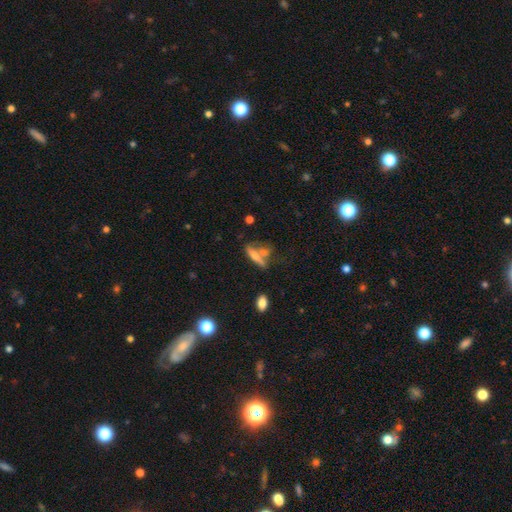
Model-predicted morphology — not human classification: smooth-or-featured: smooth: 60% | featured or disk: 30% | star or artifact: 10%
  how-rounded: cigar-shaped: 59% | in between: 37% | round: 4%
  merging: none: 44% | merger: 30% | minor disturbance: 16% | major disturbance: 10%